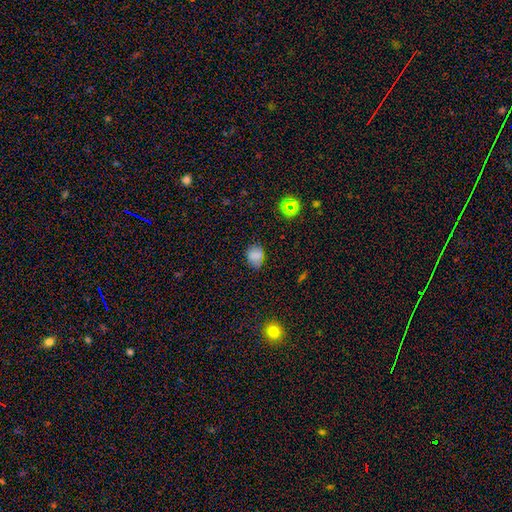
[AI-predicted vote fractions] Smooth or featured?
  - smooth: 74% *
  - star or artifact: 17%
  - featured or disk: 9%
How rounded?
  - in between: 54% *
  - round: 45%
  - cigar-shaped: 1%
Merging?
  - none: 69% *
  - minor disturbance: 24%
  - major disturbance: 5%
  - merger: 2%